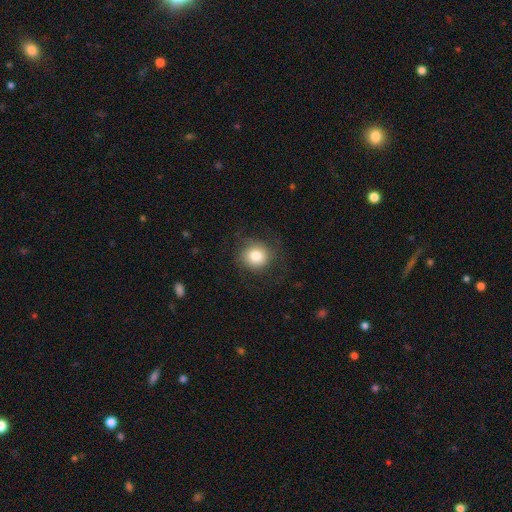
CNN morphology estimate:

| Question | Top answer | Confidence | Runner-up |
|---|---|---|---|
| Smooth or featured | smooth | 79% | featured or disk (12%) |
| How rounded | round | 88% | in between (11%) |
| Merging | none | 74% | minor disturbance (15%) |